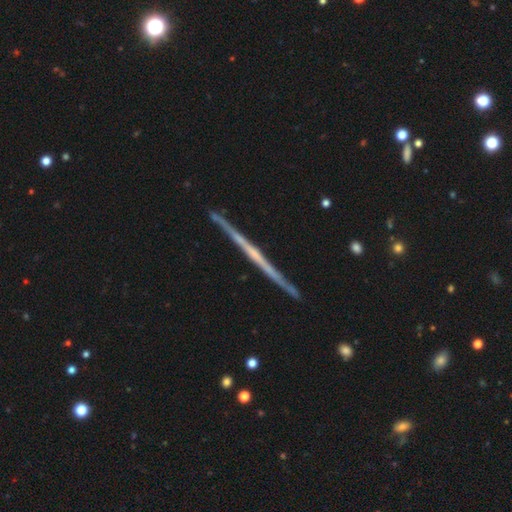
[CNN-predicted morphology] Smooth or featured? Predicted: featured or disk (p=0.77). Edge-on disk? Predicted: yes (p=0.98). Edge-on bulge? Predicted: none (p=0.76). Merging? Predicted: none (p=0.90).